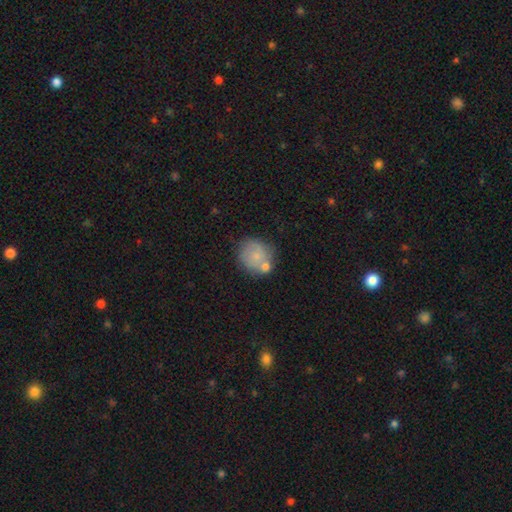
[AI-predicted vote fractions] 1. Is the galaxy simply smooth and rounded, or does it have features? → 64% smooth, 29% featured or disk, 8% star or artifact.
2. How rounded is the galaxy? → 84% round, 15% in between, 1% cigar-shaped.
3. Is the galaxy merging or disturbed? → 52% none, 21% merger, 19% minor disturbance, 7% major disturbance.